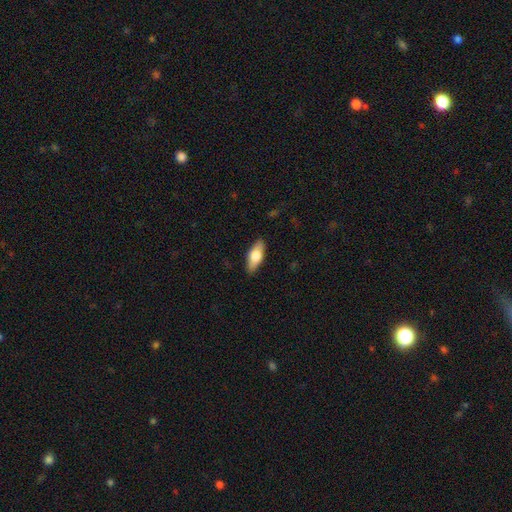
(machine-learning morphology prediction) smooth_or_featured: smooth (p=0.67) [alt: featured or disk p=0.27]
how_rounded: in between (p=0.74) [alt: cigar-shaped p=0.23]
merging: none (p=0.88) [alt: minor disturbance p=0.09]